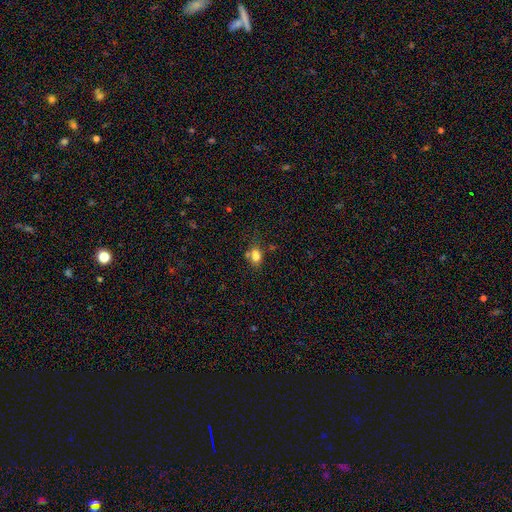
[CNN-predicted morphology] Q: Smooth or featured?
A: smooth (76%); runner-up: star or artifact (13%)
Q: How rounded?
A: in between (64%); runner-up: round (34%)
Q: Merging?
A: none (47%); runner-up: merger (27%)